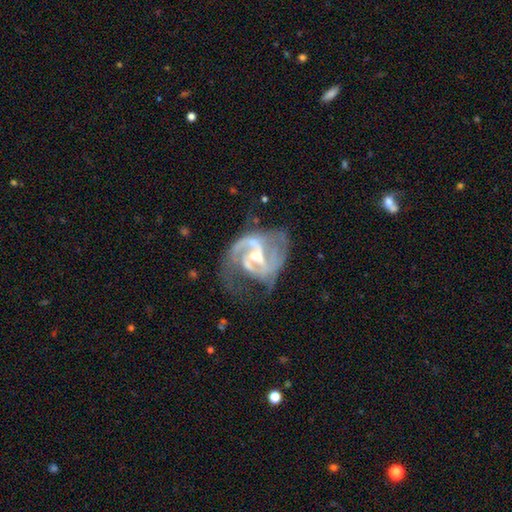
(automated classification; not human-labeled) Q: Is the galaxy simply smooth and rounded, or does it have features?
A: featured or disk — 88%.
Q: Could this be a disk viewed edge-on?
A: no — 98%.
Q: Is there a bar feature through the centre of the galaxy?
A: weak — 51%.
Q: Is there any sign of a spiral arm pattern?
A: yes — 93%.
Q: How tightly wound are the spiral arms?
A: medium — 52%.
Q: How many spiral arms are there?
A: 2 — 65%.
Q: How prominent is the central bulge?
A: small — 52%.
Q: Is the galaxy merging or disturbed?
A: none — 39%.